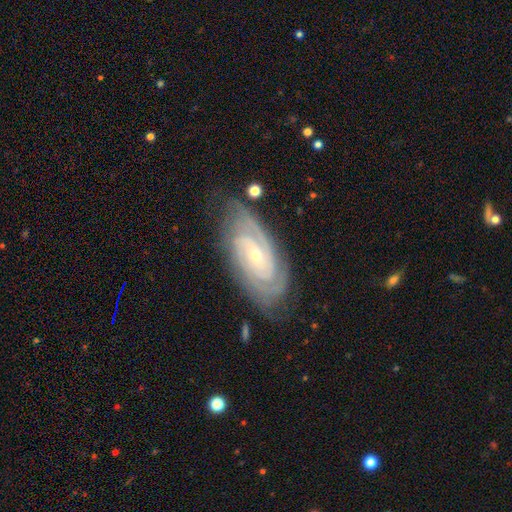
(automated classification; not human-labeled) Smooth or featured? Predicted: featured or disk (p=0.90). Edge-on disk? Predicted: no (p=0.95). Bar? Predicted: no (p=0.61). Spiral arms? Predicted: yes (p=0.98). Spiral winding? Predicted: tight (p=0.76). Spiral arm count? Predicted: 2 (p=0.39). Bulge size? Predicted: small (p=0.75). Merging? Predicted: none (p=0.75).